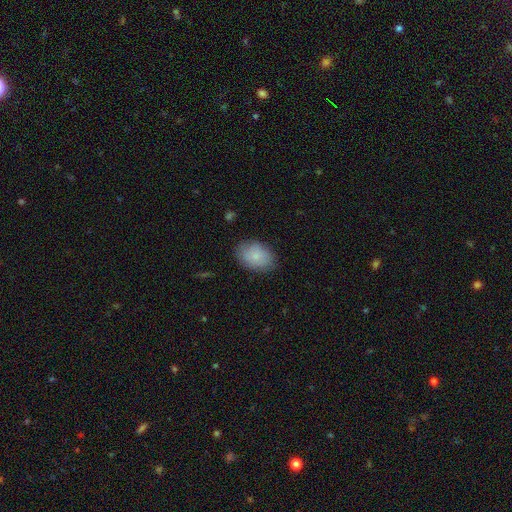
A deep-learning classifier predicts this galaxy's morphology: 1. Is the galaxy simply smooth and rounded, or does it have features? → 82% smooth, 11% featured or disk, 7% star or artifact.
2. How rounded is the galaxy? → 83% in between, 16% round, 1% cigar-shaped.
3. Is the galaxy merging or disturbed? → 81% none, 14% minor disturbance, 3% major disturbance, 1% merger.